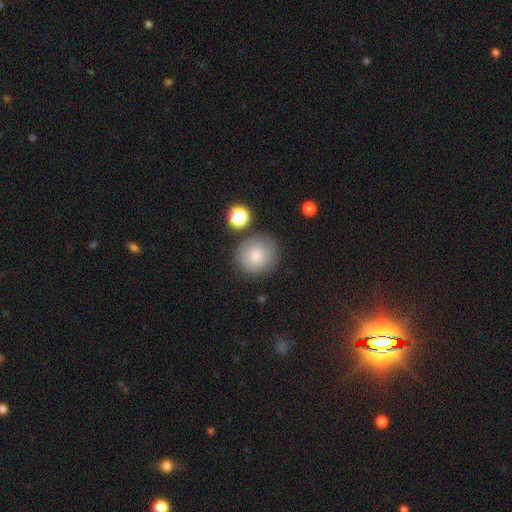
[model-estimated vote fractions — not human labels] A smooth galaxy with no disk features (76%) that is round (88%).

Vote fractions:
- Smooth or featured? smooth: 76% / featured or disk: 14% / star or artifact: 9%
- How rounded? round: 88% / in between: 11% / cigar-shaped: 1%
- Merging? none: 77% / minor disturbance: 13% / merger: 5% / major disturbance: 4%